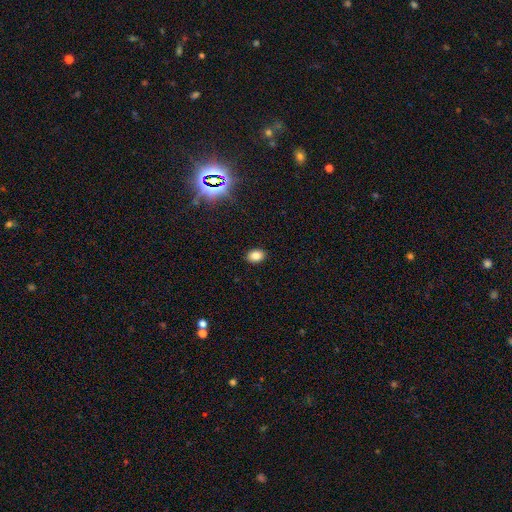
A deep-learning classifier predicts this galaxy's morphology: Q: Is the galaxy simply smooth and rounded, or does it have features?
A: smooth — 84%.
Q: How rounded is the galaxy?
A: in between — 75%.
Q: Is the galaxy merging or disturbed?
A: none — 89%.